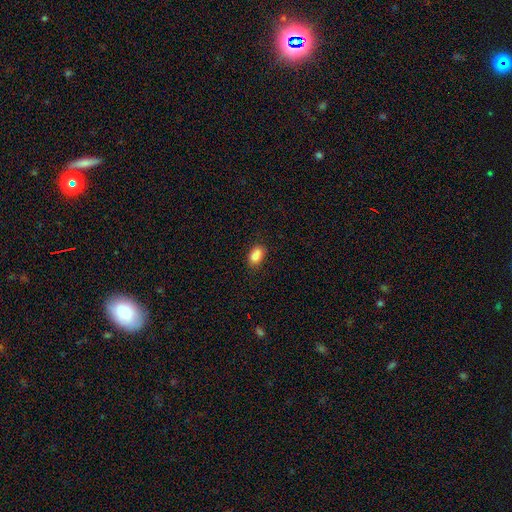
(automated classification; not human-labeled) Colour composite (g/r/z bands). It shows a smooth galaxy with no disk features (86%) that is in between round and cigar-shaped (87%). Merging: none (77%).